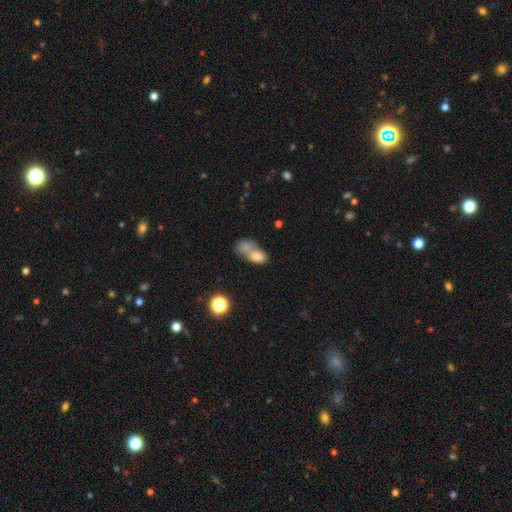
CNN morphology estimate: Smooth or featured: smooth — 71% (featured or disk — 16%)
How rounded: in between — 75% (round — 21%)
Merging: merger — 62% (none — 21%)